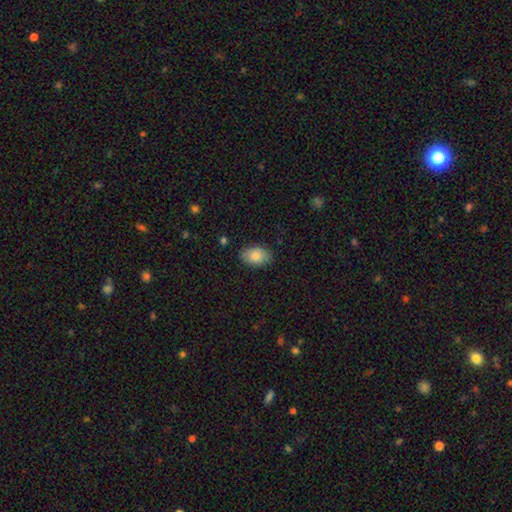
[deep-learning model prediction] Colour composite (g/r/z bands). It shows a smooth galaxy with no disk features (85%) that is in between round and cigar-shaped (87%). Merging: none (84%).